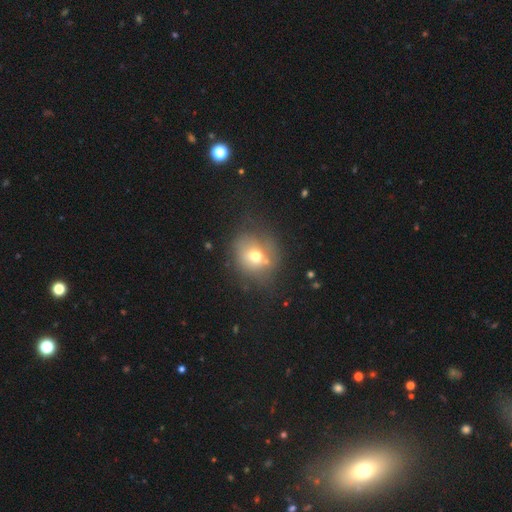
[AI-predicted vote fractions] smooth_or_featured: smooth (p=0.65) [alt: featured or disk p=0.21]
how_rounded: round (p=0.75) [alt: in between p=0.24]
merging: none (p=0.59) [alt: minor disturbance p=0.21]